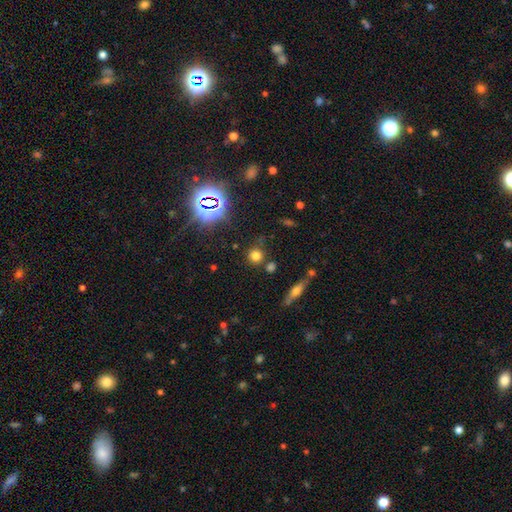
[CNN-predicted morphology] Q: Smooth or featured?
A: smooth (69%); runner-up: star or artifact (22%)
Q: How rounded?
A: round (90%); runner-up: in between (8%)
Q: Merging?
A: none (78%); runner-up: minor disturbance (10%)